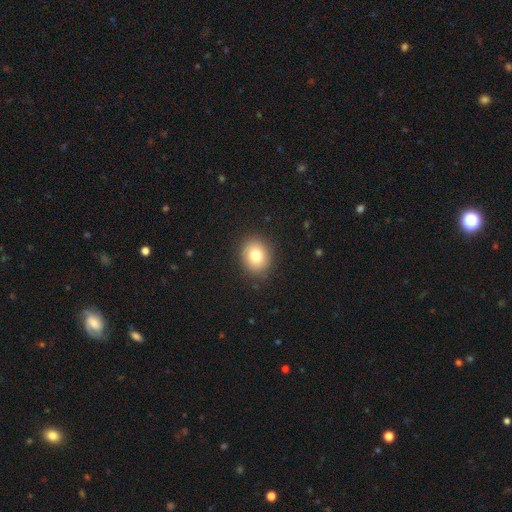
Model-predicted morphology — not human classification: type=smooth (79%); roundness=round (68%); merging=none (89%).